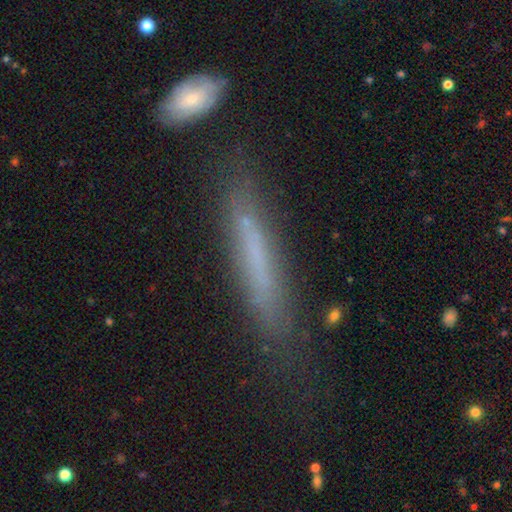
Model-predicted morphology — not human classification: The model was most divided on "smooth or featured": smooth: 55%, featured or disk: 34%, star or artifact: 12%. More confident: how rounded — cigar-shaped (91%); merging — none (69%).